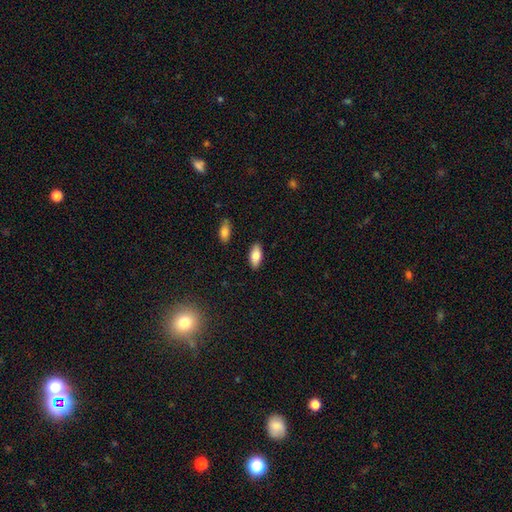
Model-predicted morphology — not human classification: Smooth or featured? smooth (82%)
How rounded? in between (89%)
Merging? none (89%)